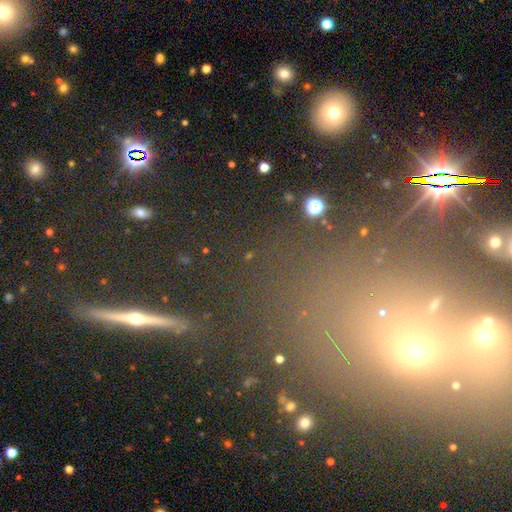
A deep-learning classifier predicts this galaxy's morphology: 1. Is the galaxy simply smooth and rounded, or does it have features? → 36% star or artifact, 33% featured or disk, 32% smooth.